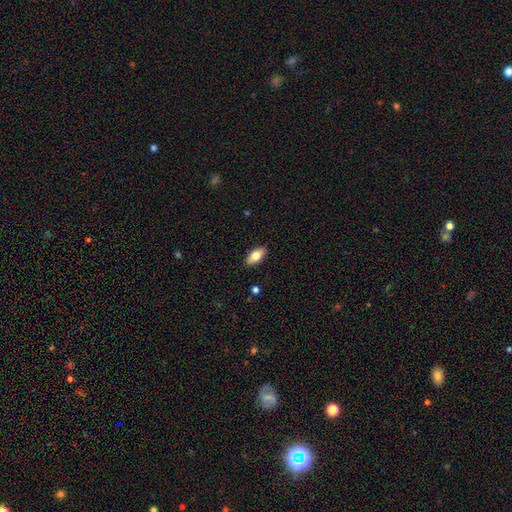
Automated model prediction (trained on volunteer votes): smooth 75%, featured or disk 19%, star or artifact 7%. Down the decision tree: how rounded — in between (90%); merging — none (89%).